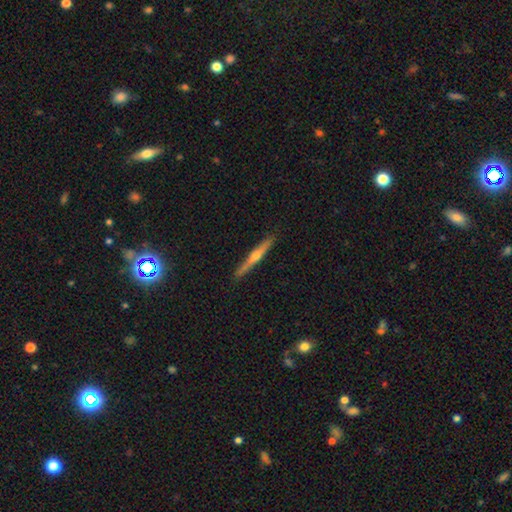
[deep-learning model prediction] A featured or disk galaxy (65%) viewed edge-on (98%) with a rounded central bulge (84%). Merging: none (91%).